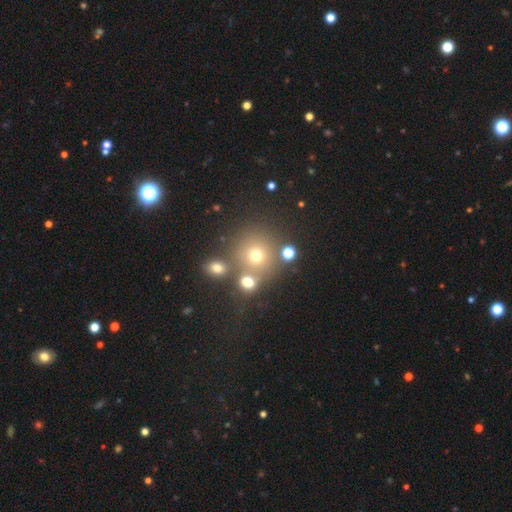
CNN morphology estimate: Smooth or featured? Predicted: smooth (p=0.68). How rounded? Predicted: round (p=0.89). Merging? Predicted: none (p=0.65).